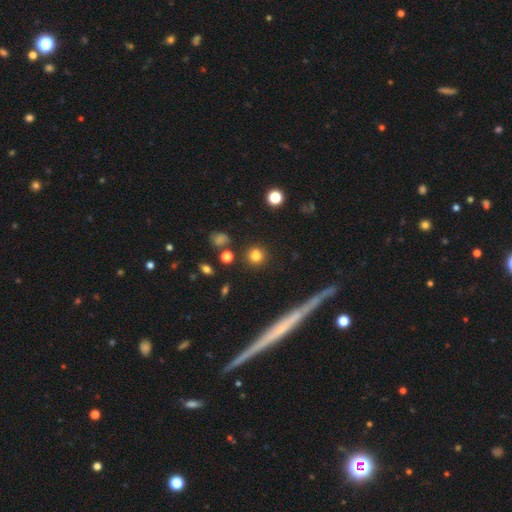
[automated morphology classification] This appears to be a smooth galaxy with no disk features (79%) that is round (86%). Merging: none (83%).